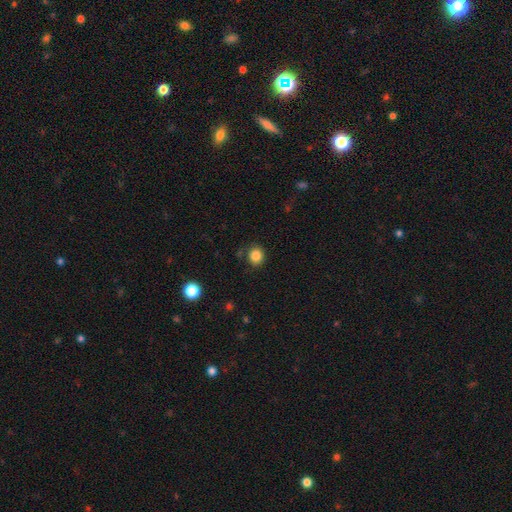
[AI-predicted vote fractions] A smooth galaxy with no disk features (85%) that is round (76%). Merging: none (84%).